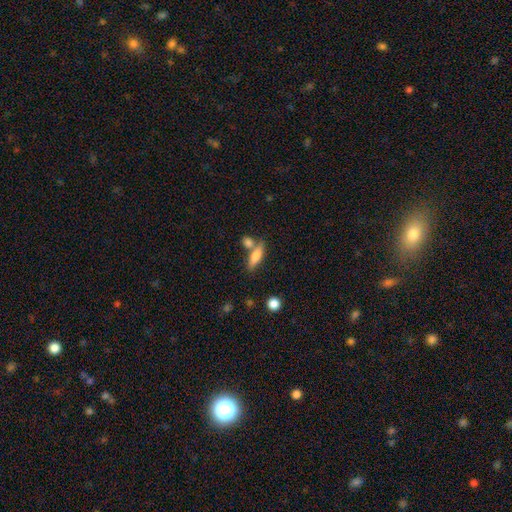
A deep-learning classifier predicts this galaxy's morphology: This appears to be a smooth galaxy with no disk features (72%) that is in between round and cigar-shaped (48%, tied with cigar-shaped). Merging: none (55%).